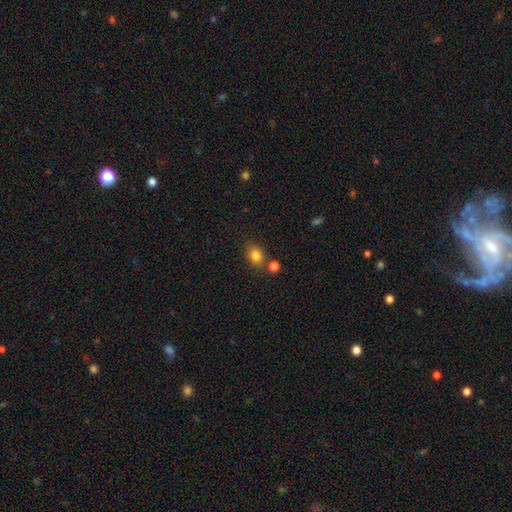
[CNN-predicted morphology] Smooth or featured? smooth (83%)
How rounded? in between (63%)
Merging? none (68%)